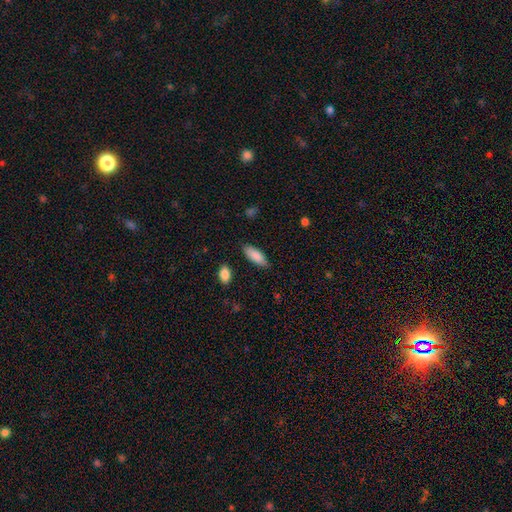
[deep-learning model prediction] Q: Smooth or featured?
A: smooth (87%); runner-up: featured or disk (7%)
Q: How rounded?
A: in between (70%); runner-up: cigar-shaped (28%)
Q: Merging?
A: none (83%); runner-up: minor disturbance (12%)